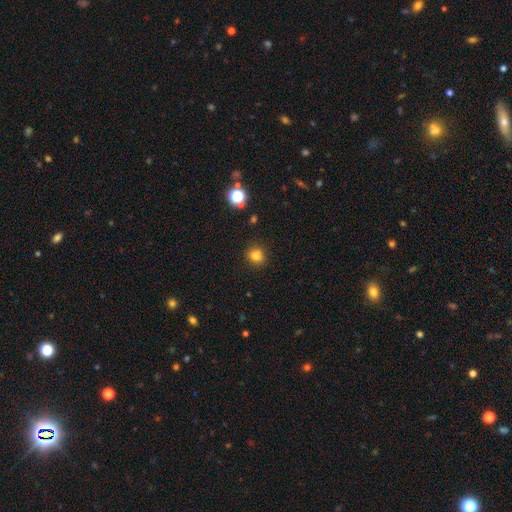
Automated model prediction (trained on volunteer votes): Morphology: type=smooth (79%); roundness=round (81%); merging=none (85%).